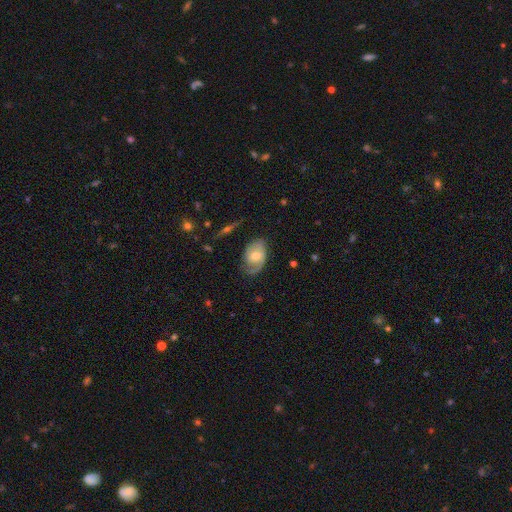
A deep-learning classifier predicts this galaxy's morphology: smooth-or-featured: featured or disk: 57% | smooth: 35% | star or artifact: 7%
  disk-edge-on: no: 92% | yes: 8%
    bar: no: 63% | weak: 30% | strong: 7%
    has-spiral-arms: yes: 78% | no: 22%
    bulge-size: moderate: 62% | small: 32% | large: 4% | none: 1% | dominant: 1%
  merging: none: 59% | minor disturbance: 27% | major disturbance: 12% | merger: 2%